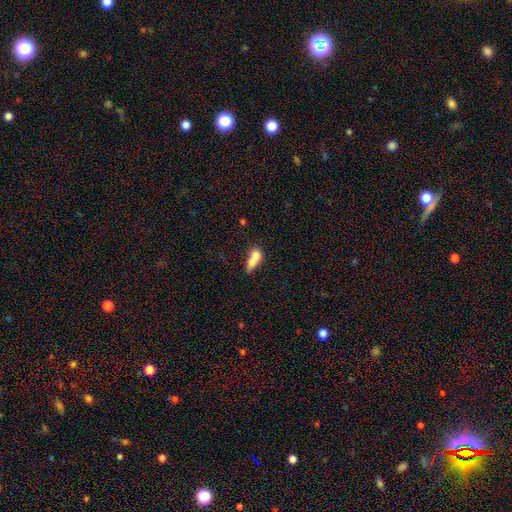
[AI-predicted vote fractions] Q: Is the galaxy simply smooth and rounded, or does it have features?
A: smooth — 67%.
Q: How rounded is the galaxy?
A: in between — 61%.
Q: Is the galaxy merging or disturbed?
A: merger — 70%.